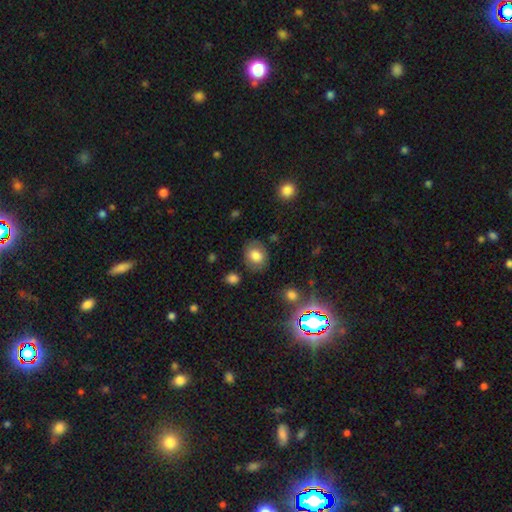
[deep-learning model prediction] This appears to be a smooth galaxy with no disk features (77%) that is round (51%). Merging: none (81%).